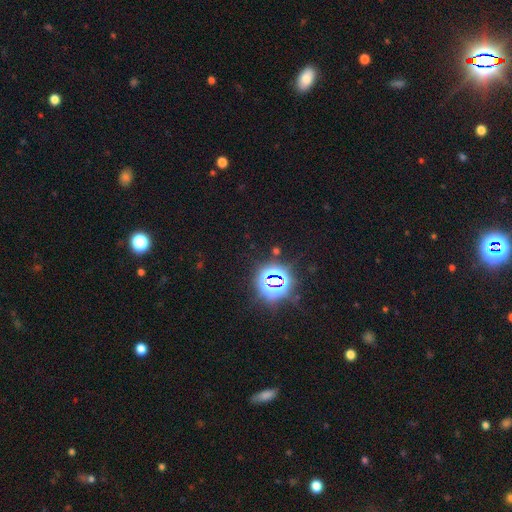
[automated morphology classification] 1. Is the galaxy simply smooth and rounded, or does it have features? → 82% star or artifact, 12% smooth, 6% featured or disk.